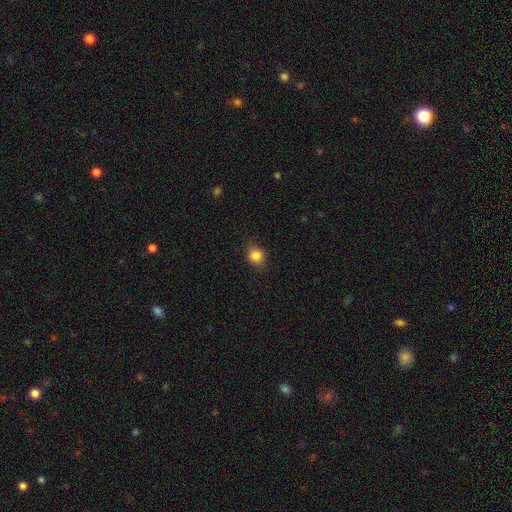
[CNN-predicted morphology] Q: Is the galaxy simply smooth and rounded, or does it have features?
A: smooth — 83%.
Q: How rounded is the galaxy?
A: round — 70%.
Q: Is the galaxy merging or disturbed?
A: none — 78%.